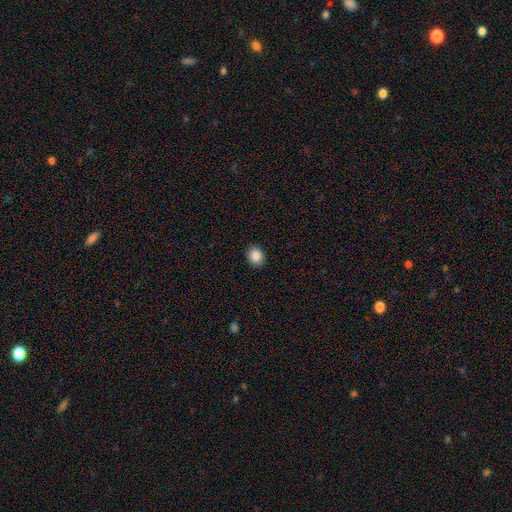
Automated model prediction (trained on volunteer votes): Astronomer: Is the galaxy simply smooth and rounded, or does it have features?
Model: smooth — 87%.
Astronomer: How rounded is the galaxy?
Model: round — 60% (runner-up: in between, 39%).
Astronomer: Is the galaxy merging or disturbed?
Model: none — 91%.